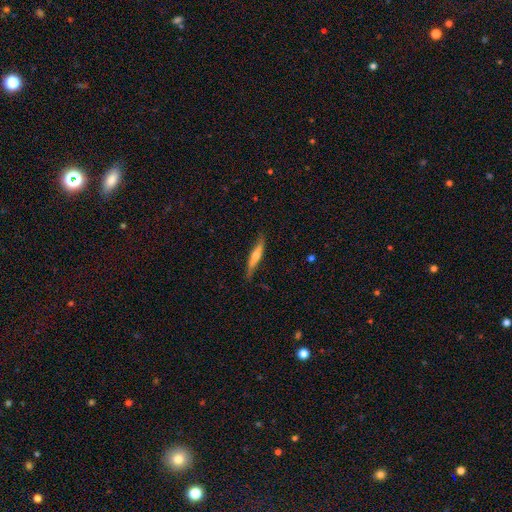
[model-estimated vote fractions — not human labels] The model was most divided on "smooth or featured": featured or disk: 57%, smooth: 37%, star or artifact: 6%. More confident: edge-on disk — yes (91%); merging — none (78%); edge-on bulge — rounded (74%).